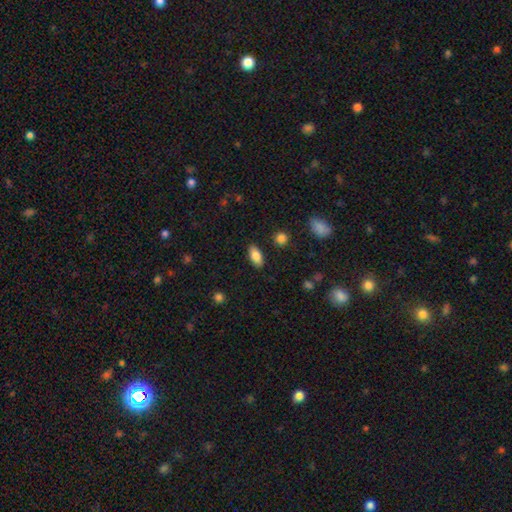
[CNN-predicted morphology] The model was most divided on "smooth or featured": smooth: 83%, featured or disk: 10%, star or artifact: 7%. More confident: how rounded — in between (89%); merging — none (87%).